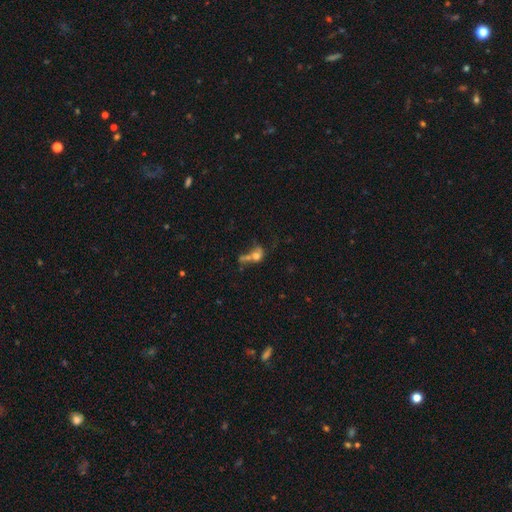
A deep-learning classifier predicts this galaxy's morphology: This is possibly a smooth galaxy (59%). How rounded: possibly in between (50%). Merging: possibly merger (53%).